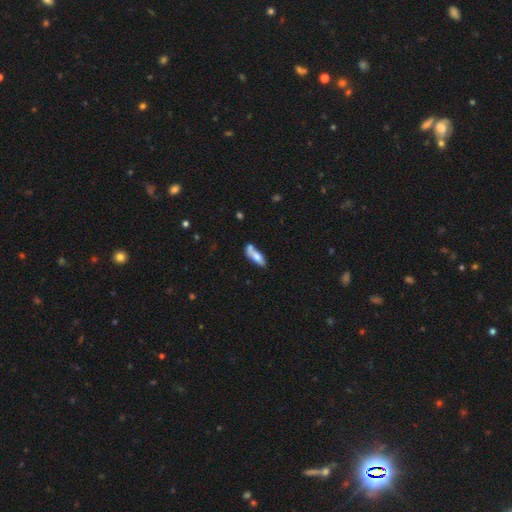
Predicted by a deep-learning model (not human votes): Overall: smooth (64%; featured or disk 29%). How rounded: in between (51%; cigar-shaped 46%). Merging: none (45%; merger 27%).